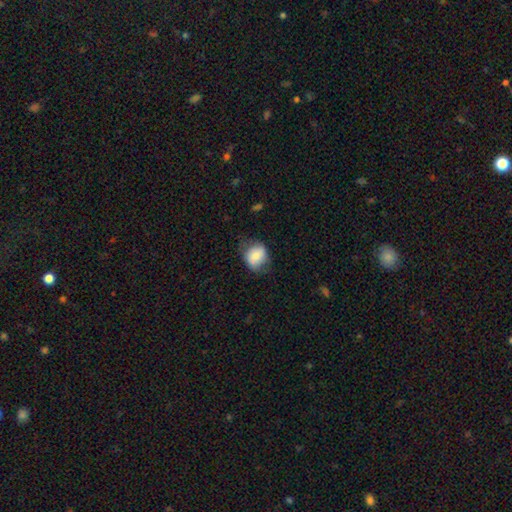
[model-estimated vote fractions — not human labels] A smooth galaxy with no disk features (72%) that is round (59%). Merging: none (63%).